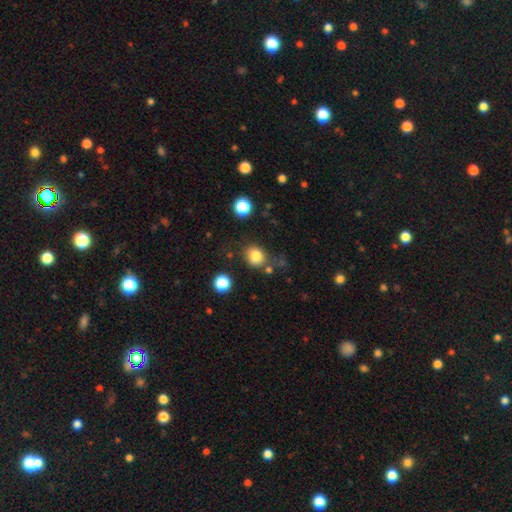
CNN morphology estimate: The model was most divided on "how rounded": round: 69%, in between: 30%, cigar-shaped: 1%. More confident: smooth or featured — smooth (82%); merging — none (70%).